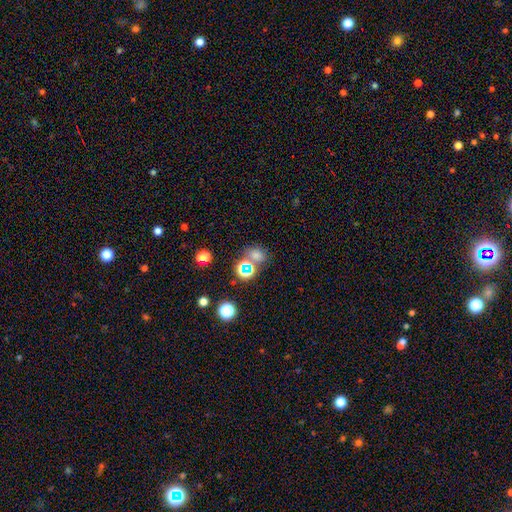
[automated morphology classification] Smooth or featured? smooth (59%)
How rounded? round (58%)
Merging? none (60%)